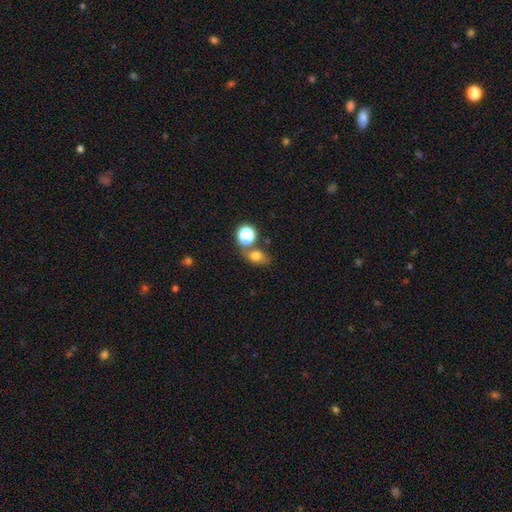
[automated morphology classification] This appears to be a smooth galaxy with no disk features (70%) that is in between round and cigar-shaped (61%). Merging: none (56%).